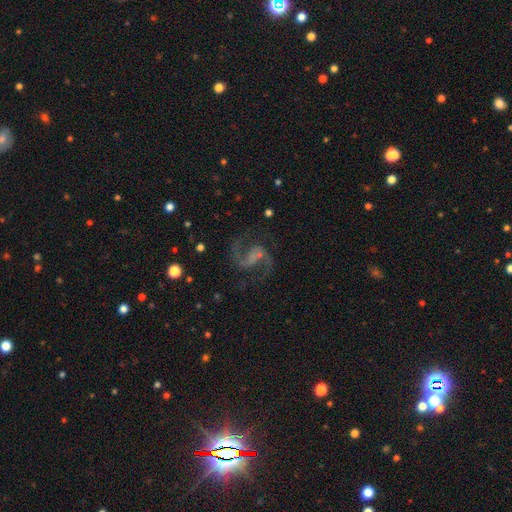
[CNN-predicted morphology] smooth_or_featured: featured or disk (p=0.90) [alt: star or artifact p=0.06]
disk_edge_on: no (p=0.98) [alt: yes p=0.02]
bar: weak (p=0.47) [alt: no p=0.28]
has_spiral_arms: yes (p=0.98) [alt: no p=0.02]
spiral_winding: medium (p=0.56) [alt: loose p=0.35]
spiral_arm_count: 2 (p=0.94) [alt: can't tell p=0.02]
bulge_size: none (p=0.44) [alt: small p=0.41]
merging: none (p=0.79) [alt: minor disturbance p=0.12]